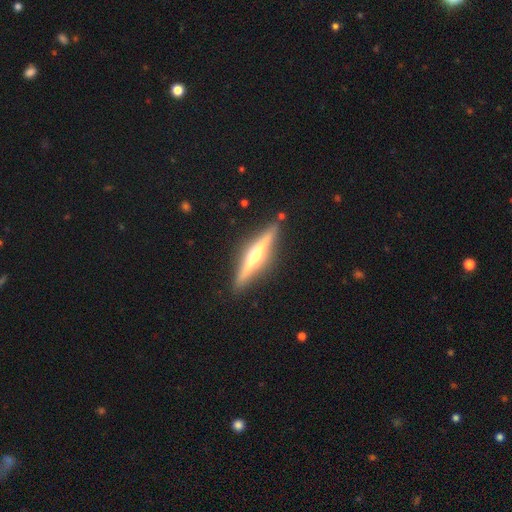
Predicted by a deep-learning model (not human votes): Smooth or featured?
  - featured or disk: 74% *
  - smooth: 20%
  - star or artifact: 5%
Edge-on disk?
  - yes: 97% *
  - no: 3%
Edge-on bulge?
  - rounded: 91% *
  - boxy: 4%
  - none: 4%
Merging?
  - none: 88% *
  - minor disturbance: 8%
  - major disturbance: 2%
  - merger: 2%